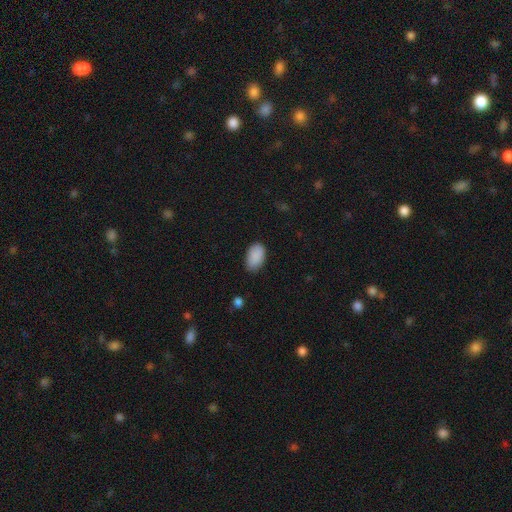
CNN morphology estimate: This is clearly a smooth galaxy (90%). How rounded: clearly in between (93%). Merging: likely none (80%).